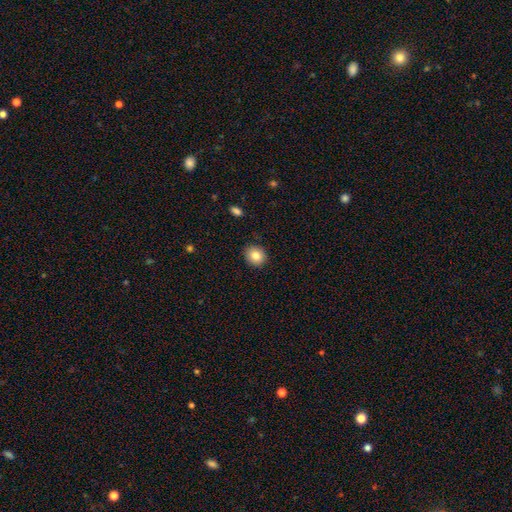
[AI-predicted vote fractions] smooth-or-featured: smooth: 84% | star or artifact: 9% | featured or disk: 7%
  how-rounded: round: 76% | in between: 23% | cigar-shaped: 1%
  merging: none: 89% | minor disturbance: 8% | major disturbance: 2% | merger: 1%